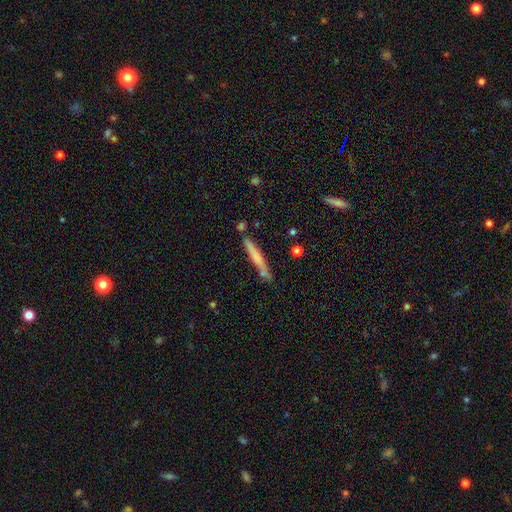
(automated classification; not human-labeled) Smooth or featured? smooth (63%)
How rounded? cigar-shaped (95%)
Merging? none (73%)